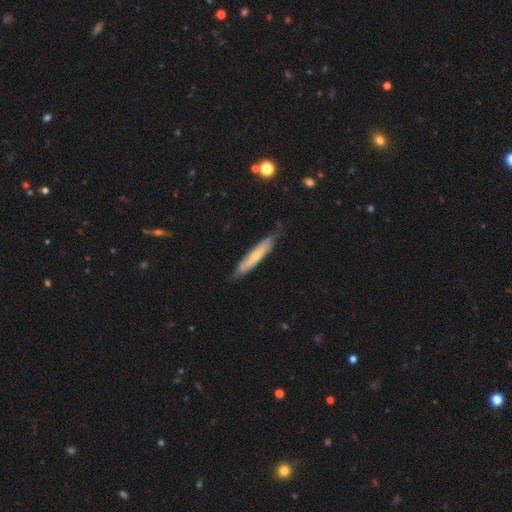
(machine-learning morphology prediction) Overall: smooth (55%; featured or disk 40%). How rounded: cigar-shaped (88%). Merging: none (73%).